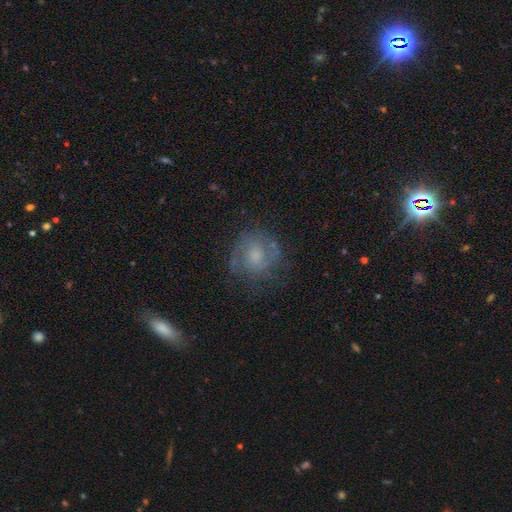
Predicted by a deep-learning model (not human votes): Smooth or featured? featured or disk (66%)
Edge-on disk? no (98%)
Bar? no (66%)
Spiral arms? yes (87%)
Spiral winding? medium (46%)
Spiral arm count? 2 (65%)
Bulge size? small (39%)
Merging? none (69%)